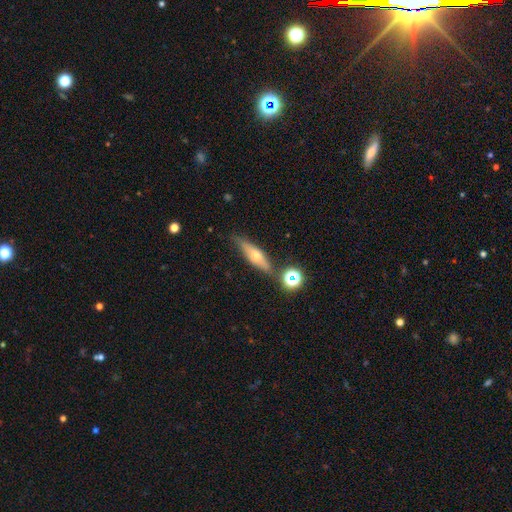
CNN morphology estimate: smooth-or-featured: smooth: 45% (tied) | featured or disk: 45% (tied) | star or artifact: 9%
  merging: none: 75% | minor disturbance: 15% | merger: 6% | major disturbance: 4%